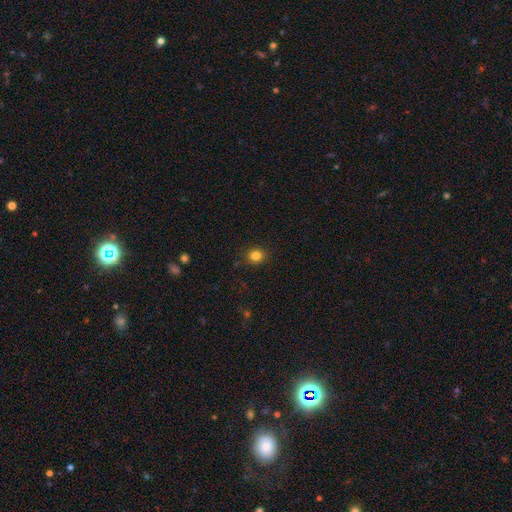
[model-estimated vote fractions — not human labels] Smooth or featured? smooth (83%)
How rounded? round (81%)
Merging? none (88%)